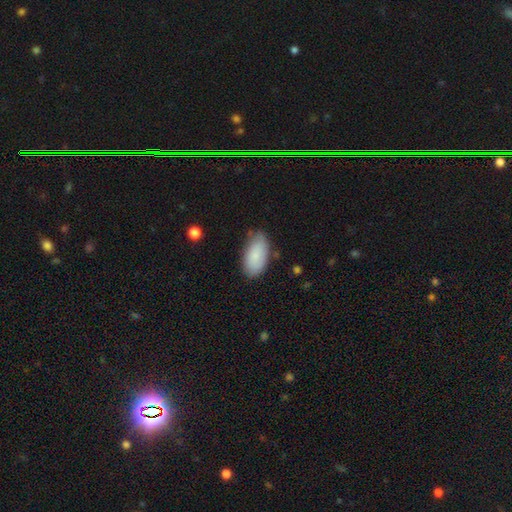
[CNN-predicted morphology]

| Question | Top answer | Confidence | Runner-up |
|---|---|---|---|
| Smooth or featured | smooth | 85% | featured or disk (8%) |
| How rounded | in between | 95% | cigar-shaped (3%) |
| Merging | none | 74% | minor disturbance (20%) |